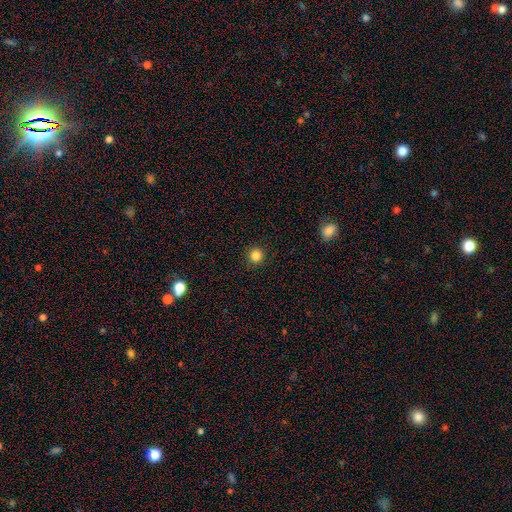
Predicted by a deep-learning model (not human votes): The model was most divided on "smooth or featured": smooth: 84%, star or artifact: 12%, featured or disk: 4%. More confident: how rounded — round (95%); merging — none (92%).